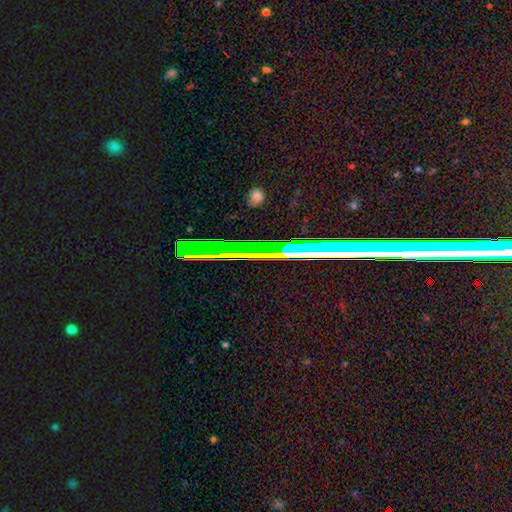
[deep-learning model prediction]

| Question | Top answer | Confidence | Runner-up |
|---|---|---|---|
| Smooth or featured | star or artifact | 78% | featured or disk (12%) |